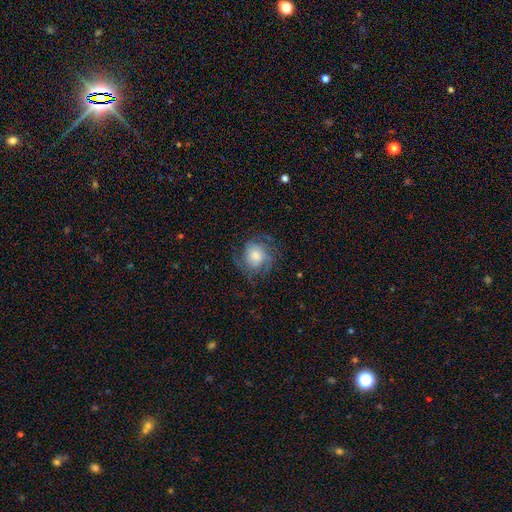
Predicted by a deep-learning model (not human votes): This is possibly a featured or disk galaxy (57%). It is clearly not viewed edge-on (97%). Bar: likely no (75%). Spiral arm pattern: clearly yes (88%). Central bulge: marginally moderate (41%). Merging: likely none (63%).